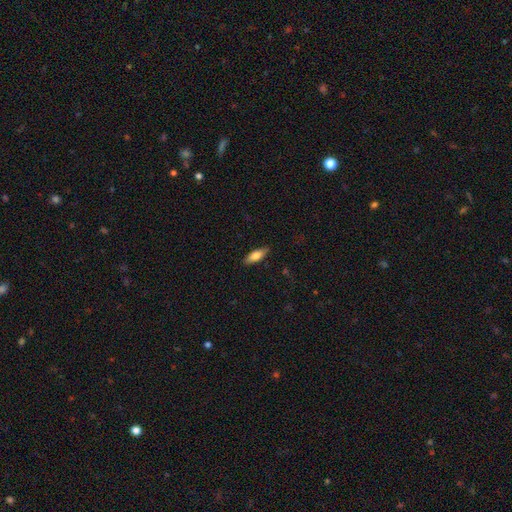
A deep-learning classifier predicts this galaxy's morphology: type=smooth (73%); roundness=in between (64%); merging=none (86%).